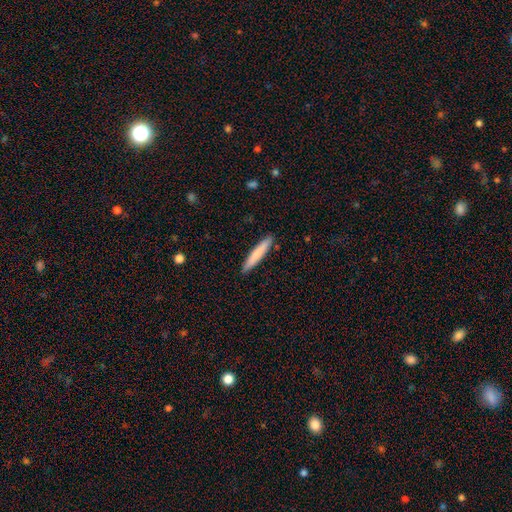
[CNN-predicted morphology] smooth 77%, featured or disk 18%, star or artifact 5%. Down the decision tree: how rounded — cigar-shaped (93%); merging — none (90%).